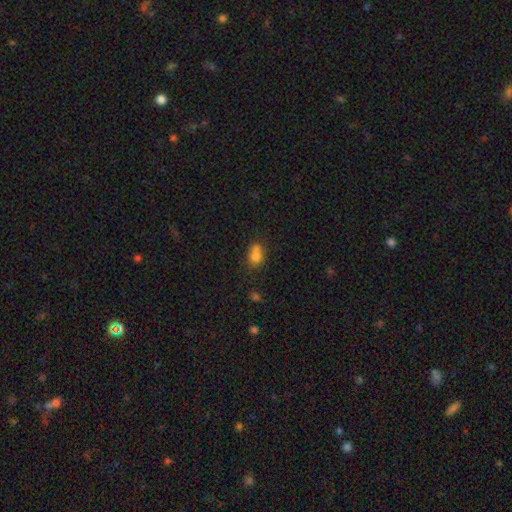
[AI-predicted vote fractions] A smooth galaxy with no disk features (74%) that is in between round and cigar-shaped (55%). Merging: none (38%).